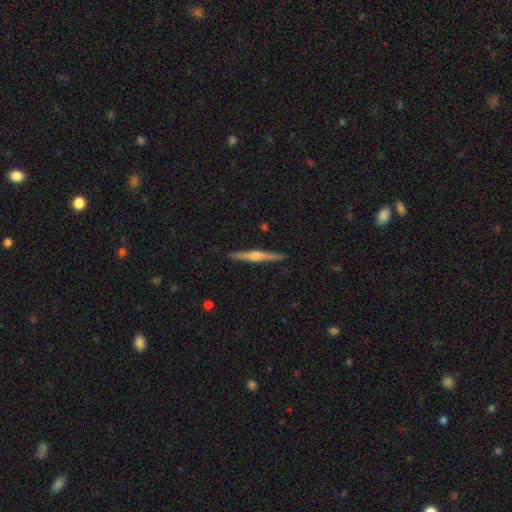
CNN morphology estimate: Smooth or featured? featured or disk (73%)
Edge-on disk? yes (98%)
Edge-on bulge? rounded (86%)
Merging? none (92%)